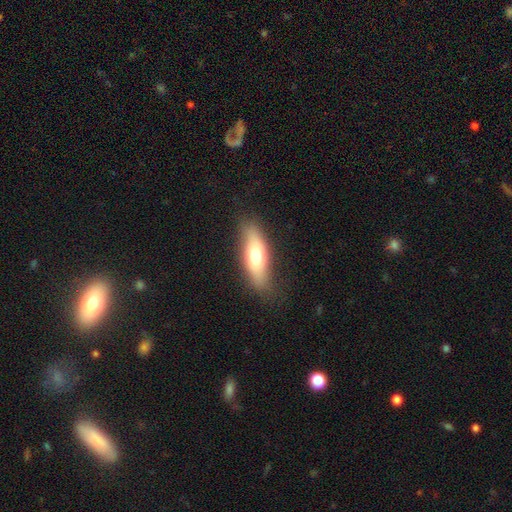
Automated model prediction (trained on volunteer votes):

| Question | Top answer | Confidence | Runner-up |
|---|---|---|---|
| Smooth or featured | smooth | 66% | featured or disk (27%) |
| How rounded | in between | 63% | cigar-shaped (34%) |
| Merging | none | 81% | minor disturbance (14%) |